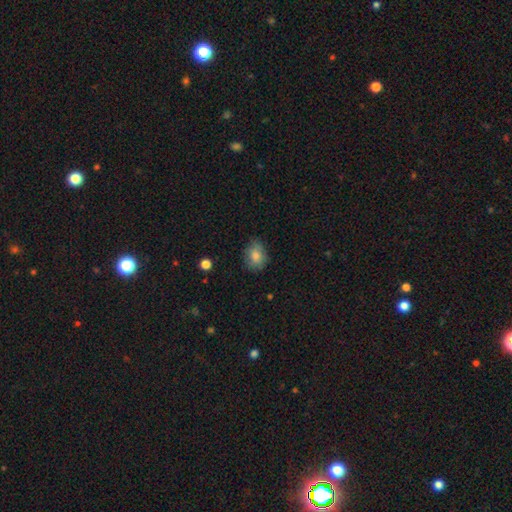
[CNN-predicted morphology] A smooth galaxy with no disk features (82%) that is in between round and cigar-shaped (58%).

Vote fractions:
- Smooth or featured? smooth: 82% / star or artifact: 9% / featured or disk: 9%
- How rounded? in between: 58% / round: 40% / cigar-shaped: 1%
- Merging? none: 77% / minor disturbance: 18% / major disturbance: 4% / merger: 1%